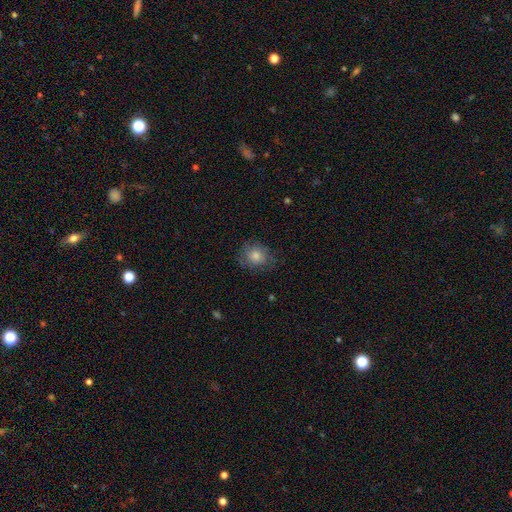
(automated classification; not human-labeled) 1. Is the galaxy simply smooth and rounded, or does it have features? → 64% smooth, 23% featured or disk, 13% star or artifact.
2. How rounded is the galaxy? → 71% round, 28% in between, 1% cigar-shaped.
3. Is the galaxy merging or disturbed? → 74% none, 18% minor disturbance, 7% major disturbance, 1% merger.